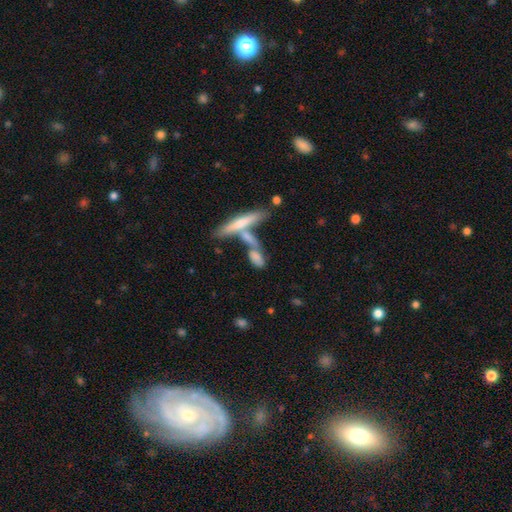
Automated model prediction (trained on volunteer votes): A smooth galaxy with no disk features (61%) that is cigar-shaped (57%).

Vote fractions:
- Smooth or featured? smooth: 61% / featured or disk: 30% / star or artifact: 8%
- How rounded? cigar-shaped: 57% / in between: 40% / round: 4%
- Merging? merger: 47% / none: 34% / minor disturbance: 12% / major disturbance: 7%